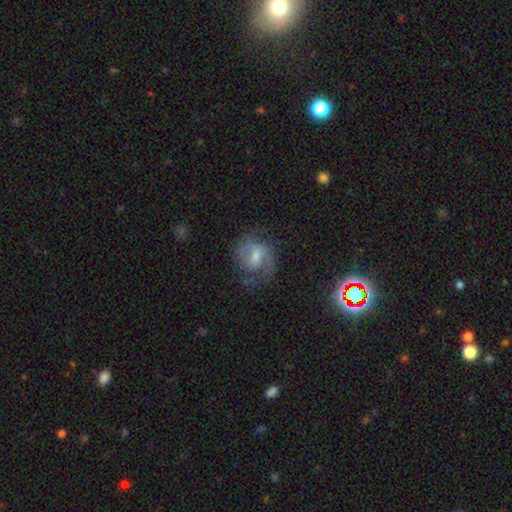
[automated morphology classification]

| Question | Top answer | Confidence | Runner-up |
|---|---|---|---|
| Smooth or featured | featured or disk | 69% | smooth (23%) |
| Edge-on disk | no | 97% | yes (3%) |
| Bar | weak | 54% | no (31%) |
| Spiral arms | yes | 88% | no (12%) |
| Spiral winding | medium | 50% | tight (30%) |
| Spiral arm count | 2 | 73% | can't tell (14%) |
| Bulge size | moderate | 51% | small (35%) |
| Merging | none | 62% | minor disturbance (21%) |